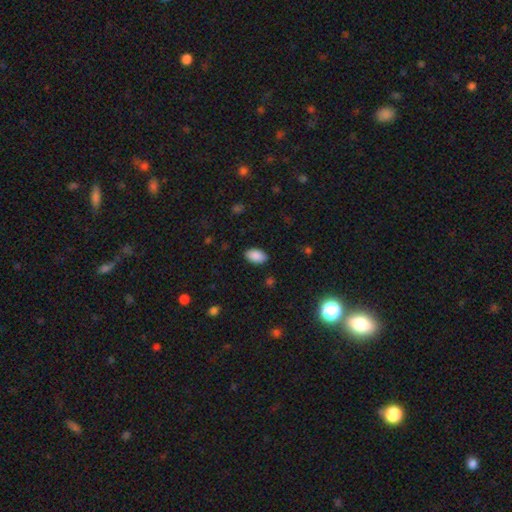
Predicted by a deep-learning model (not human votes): Smooth or featured: smooth — 89% (star or artifact — 7%)
How rounded: in between — 93% (round — 5%)
Merging: none — 88% (minor disturbance — 9%)